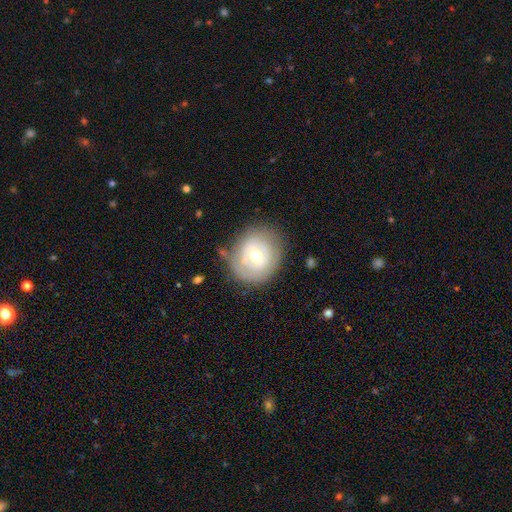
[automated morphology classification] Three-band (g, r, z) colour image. It shows a featured or disk galaxy (62%) with no bar (50%), spiral arms (50%, tied with no) and a moderate central bulge (68%). Merging: none (74%).